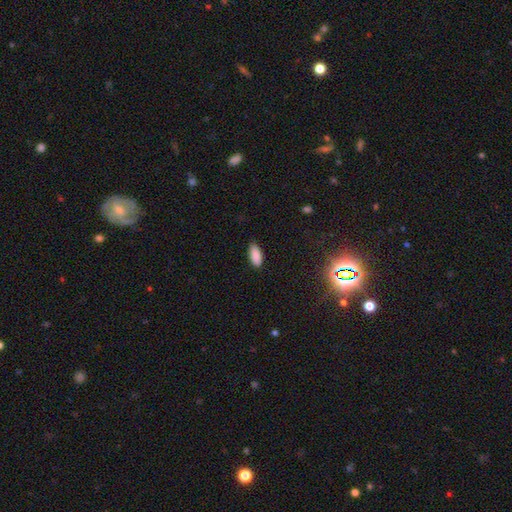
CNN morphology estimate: Overall: smooth (88%). How rounded: in between (86%). Merging: none (84%).